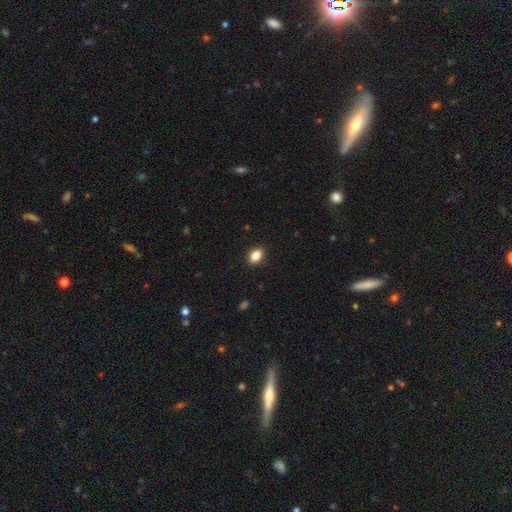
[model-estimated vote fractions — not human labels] A smooth galaxy with no disk features (86%) that is in between round and cigar-shaped (87%). Merging: none (89%).